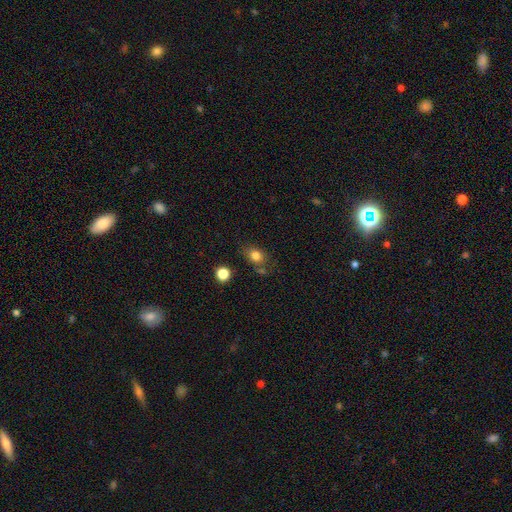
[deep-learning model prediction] Smooth or featured? smooth (80%)
How rounded? in between (57%)
Merging? none (65%)